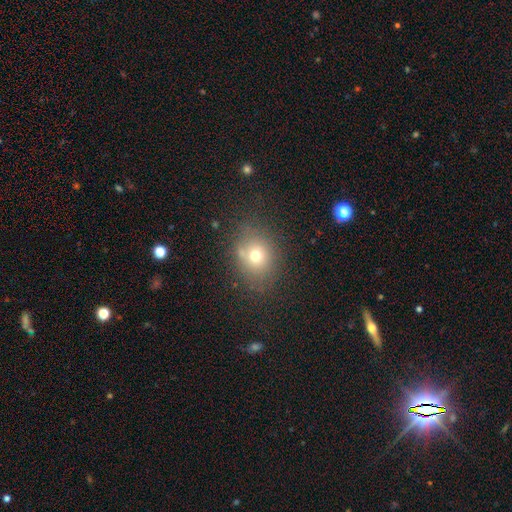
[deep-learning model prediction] Overall: smooth (68%). How rounded: round (61%; in between 38%). Merging: none (73%).